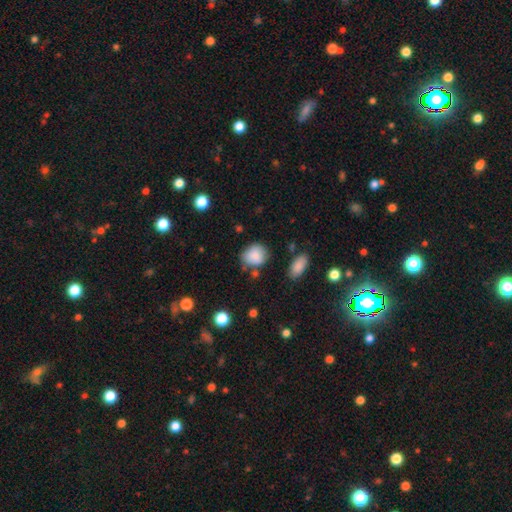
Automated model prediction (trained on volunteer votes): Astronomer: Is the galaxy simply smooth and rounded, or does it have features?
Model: smooth — 85%.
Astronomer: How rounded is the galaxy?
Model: round — 69%.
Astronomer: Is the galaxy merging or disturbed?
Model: none — 67%.